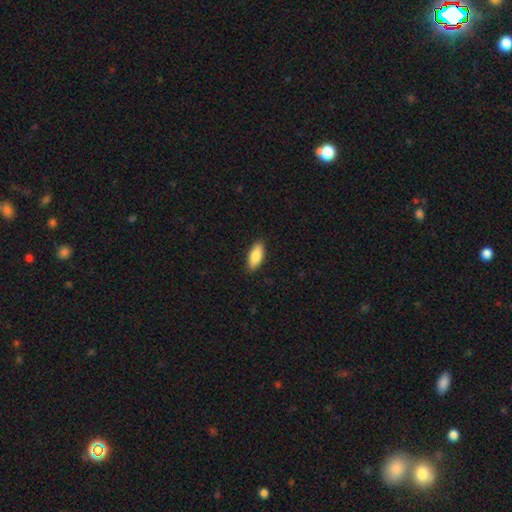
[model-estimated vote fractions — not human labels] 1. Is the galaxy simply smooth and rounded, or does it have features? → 86% smooth, 8% featured or disk, 6% star or artifact.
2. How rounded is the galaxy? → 80% in between, 18% cigar-shaped, 2% round.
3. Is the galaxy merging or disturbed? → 89% none, 8% minor disturbance, 2% major disturbance, 1% merger.